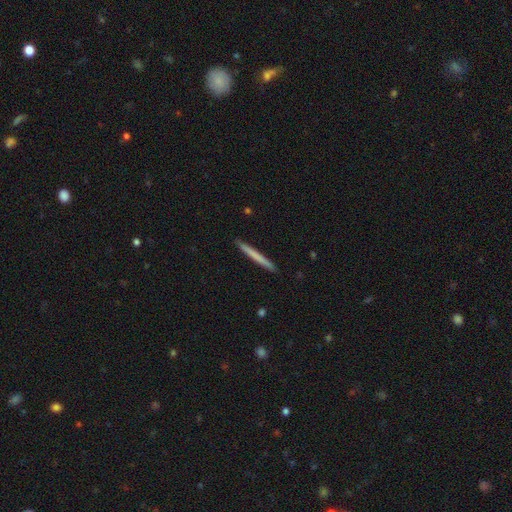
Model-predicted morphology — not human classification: Smooth or featured? Predicted: smooth (p=0.67). How rounded? Predicted: cigar-shaped (p=0.97). Merging? Predicted: none (p=0.92).